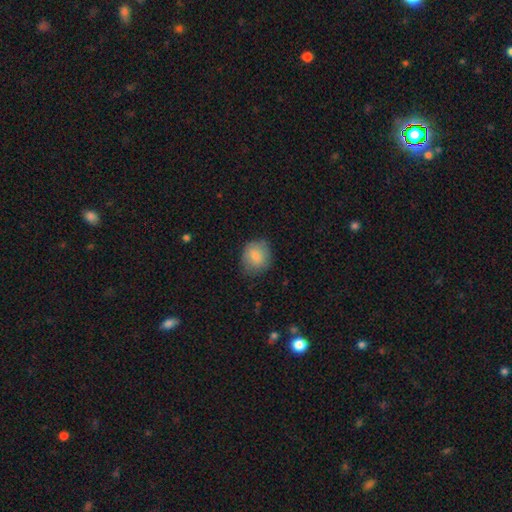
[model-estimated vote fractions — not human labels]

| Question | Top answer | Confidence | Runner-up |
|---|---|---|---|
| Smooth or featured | smooth | 81% | featured or disk (11%) |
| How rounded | round | 71% | in between (28%) |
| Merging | none | 72% | minor disturbance (22%) |